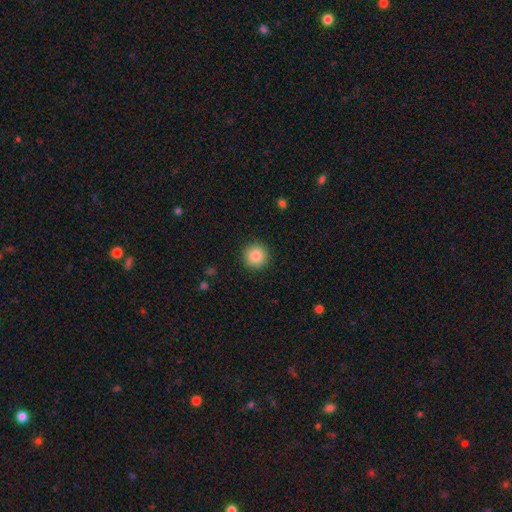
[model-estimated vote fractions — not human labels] Smooth or featured: smooth — 86% (star or artifact — 9%)
How rounded: round — 95% (in between — 4%)
Merging: none — 92% (minor disturbance — 5%)